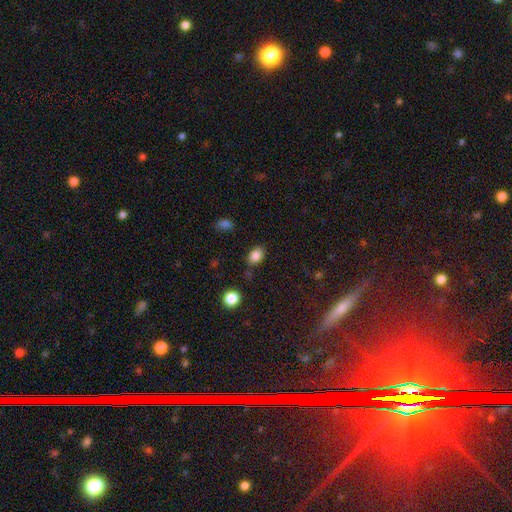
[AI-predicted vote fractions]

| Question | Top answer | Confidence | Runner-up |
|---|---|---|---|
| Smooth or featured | smooth | 84% | star or artifact (10%) |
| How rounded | in between | 80% | round (19%) |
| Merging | none | 78% | minor disturbance (14%) |